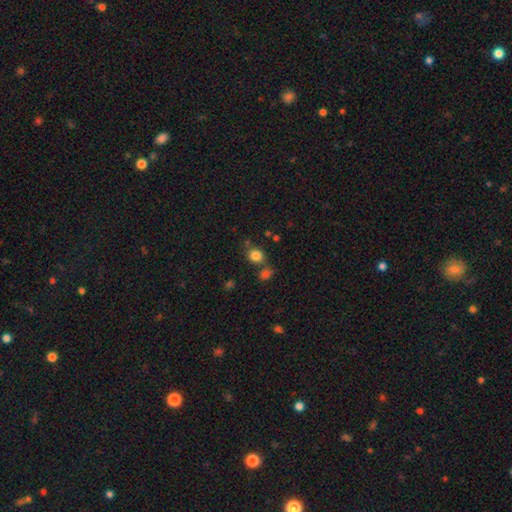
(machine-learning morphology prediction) Q: Smooth or featured?
A: smooth (82%); runner-up: star or artifact (13%)
Q: How rounded?
A: round (77%); runner-up: in between (22%)
Q: Merging?
A: none (66%); runner-up: merger (18%)